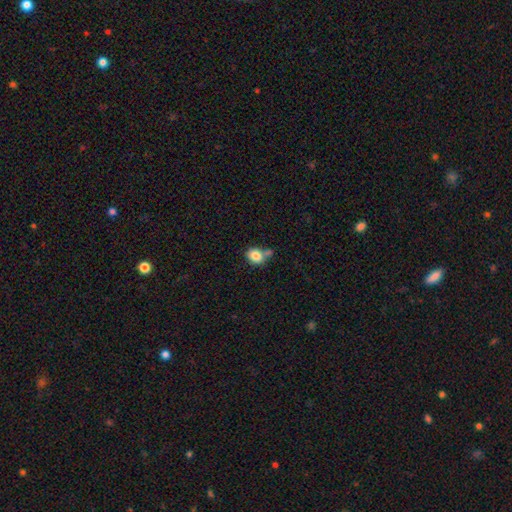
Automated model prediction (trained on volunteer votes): This is clearly a smooth galaxy (82%). How rounded: possibly round (60%). Merging: possibly none (48%).